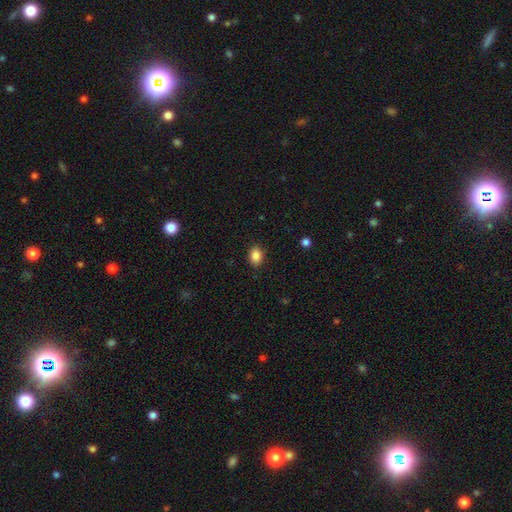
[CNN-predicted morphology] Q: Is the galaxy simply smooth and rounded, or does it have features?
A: smooth — 87%.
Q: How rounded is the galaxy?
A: in between — 64%.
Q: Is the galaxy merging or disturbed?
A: none — 88%.